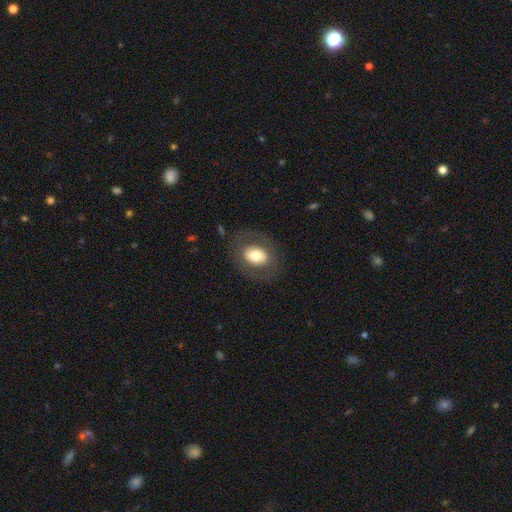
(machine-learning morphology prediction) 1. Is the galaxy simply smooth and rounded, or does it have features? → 65% smooth, 27% featured or disk, 8% star or artifact.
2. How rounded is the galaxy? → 65% in between, 34% round, 1% cigar-shaped.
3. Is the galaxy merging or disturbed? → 79% none, 12% minor disturbance, 8% major disturbance, 1% merger.